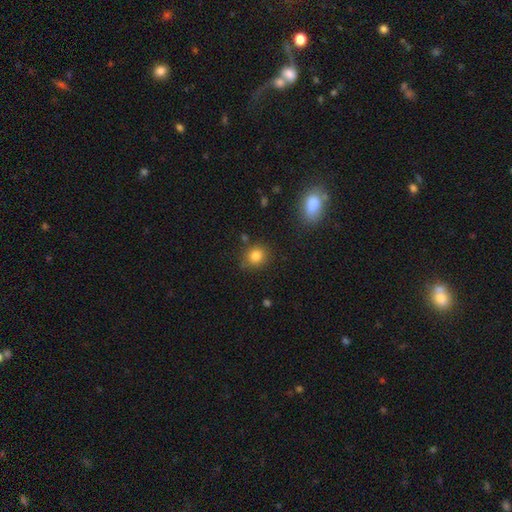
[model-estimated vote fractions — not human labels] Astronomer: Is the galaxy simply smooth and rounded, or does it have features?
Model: smooth — 82%.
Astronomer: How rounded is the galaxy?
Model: round — 81%.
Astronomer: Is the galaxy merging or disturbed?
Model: none — 82%.